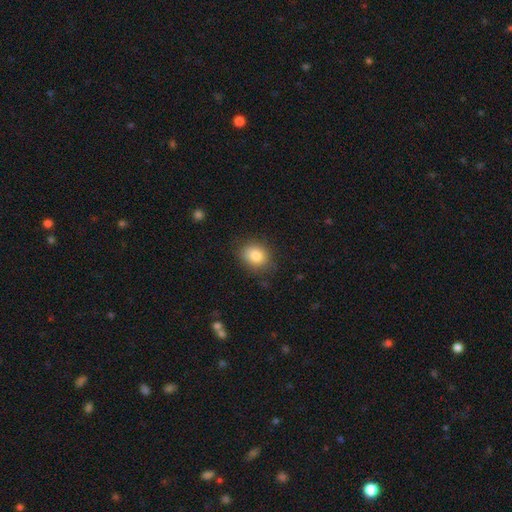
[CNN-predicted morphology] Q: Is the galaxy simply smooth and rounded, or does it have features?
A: smooth — 83%.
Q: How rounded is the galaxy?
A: round — 53%.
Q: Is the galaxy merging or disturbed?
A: none — 81%.